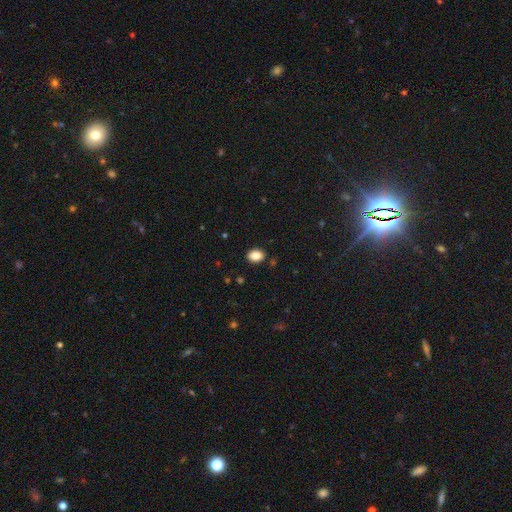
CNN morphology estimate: smooth_or_featured: smooth (p=0.88) [alt: star or artifact p=0.08]
how_rounded: in between (p=0.75) [alt: round p=0.24]
merging: none (p=0.88) [alt: minor disturbance p=0.08]